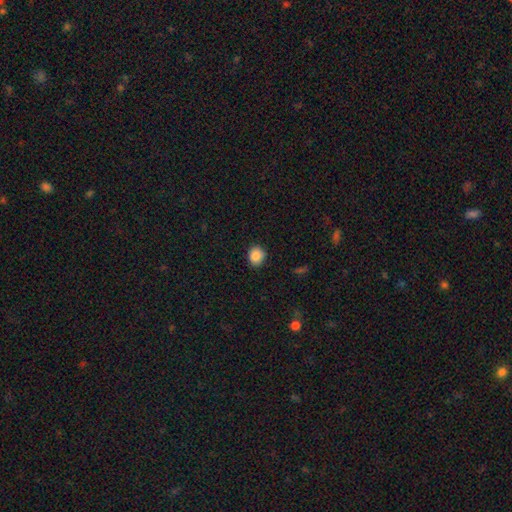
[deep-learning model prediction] Smooth or featured: smooth — 86% (star or artifact — 9%)
How rounded: round — 75% (in between — 24%)
Merging: none — 87% (minor disturbance — 10%)